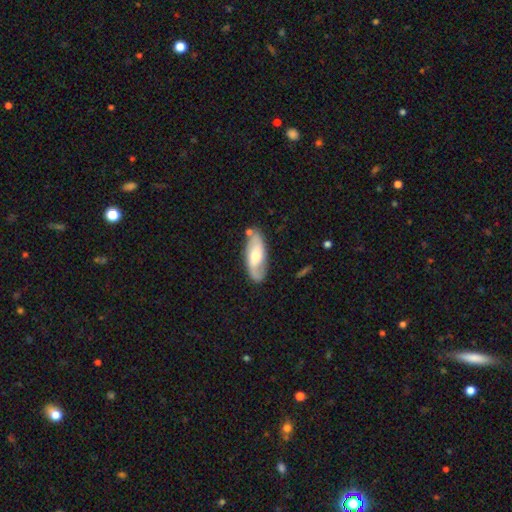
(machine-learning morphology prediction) Overall: featured or disk (55%; smooth 40%). Edge-on disk: no (84%). Merging: none (74%).